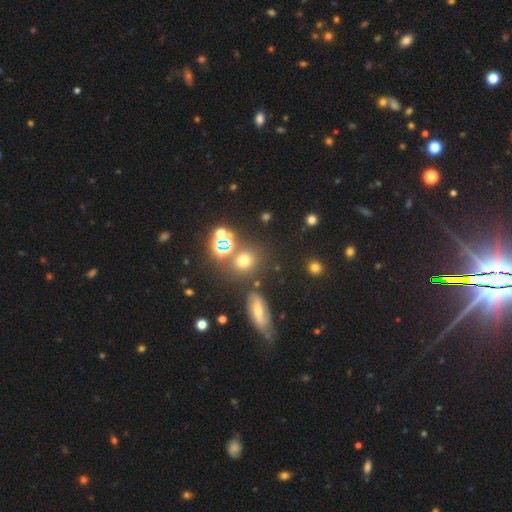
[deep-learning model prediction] This appears to be a star or artifact, not a galaxy (47%).